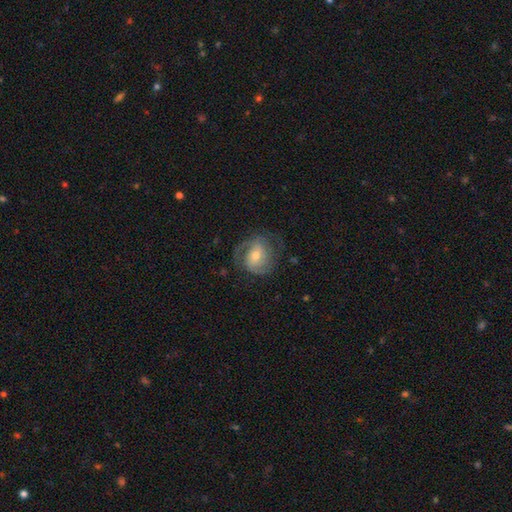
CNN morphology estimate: type=featured or disk (75%); edge-on=no (97%); bar=no (51%); spiral arms=yes (91%); winding=medium (44%); arm count=2 (68%); bulge=moderate (56%); merging=none (65%).